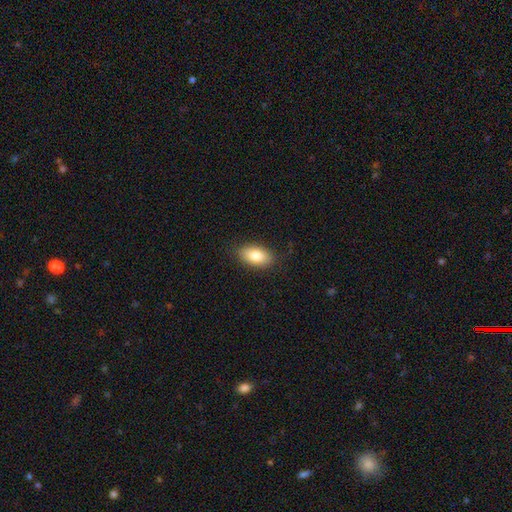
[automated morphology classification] smooth-or-featured: smooth: 82% | featured or disk: 11% | star or artifact: 7%
  how-rounded: in between: 92% | round: 5% | cigar-shaped: 3%
  merging: none: 86% | minor disturbance: 11% | major disturbance: 2% | merger: 1%